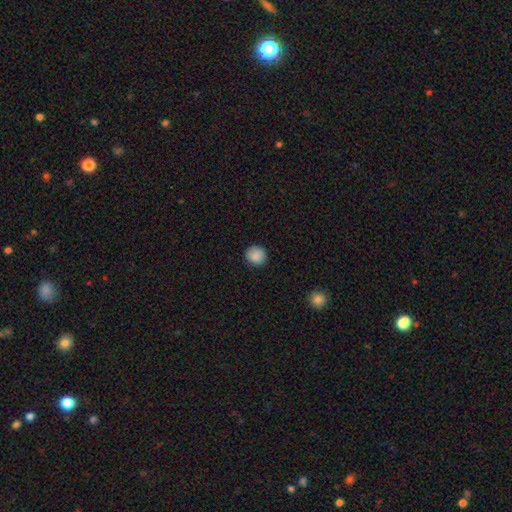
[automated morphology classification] A smooth galaxy with no disk features (89%) that is round (87%).

Vote fractions:
- Smooth or featured? smooth: 89% / star or artifact: 9% / featured or disk: 3%
- How rounded? round: 87% / in between: 12% / cigar-shaped: 1%
- Merging? none: 90% / minor disturbance: 7% / major disturbance: 2% / merger: 1%